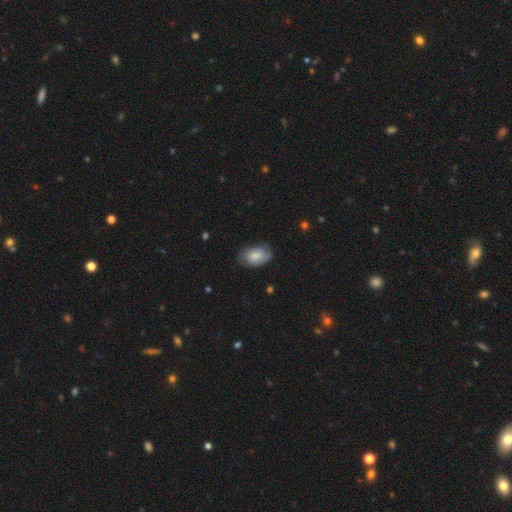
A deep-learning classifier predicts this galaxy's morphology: A smooth galaxy with no disk features (71%) that is in between round and cigar-shaped (88%).

Vote fractions:
- Smooth or featured? smooth: 71% / featured or disk: 22% / star or artifact: 7%
- How rounded? in between: 88% / round: 11% / cigar-shaped: 1%
- Merging? none: 71% / minor disturbance: 23% / major disturbance: 5% / merger: 1%